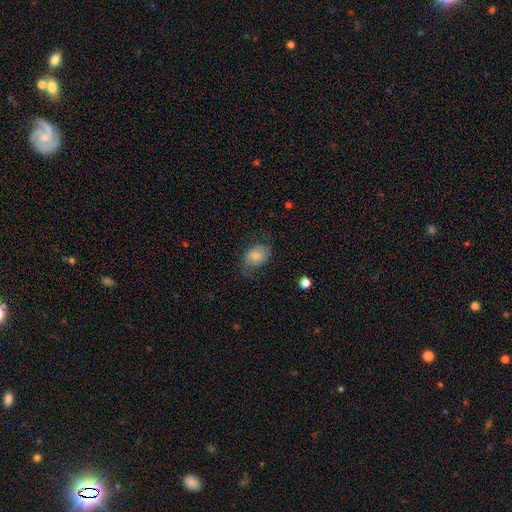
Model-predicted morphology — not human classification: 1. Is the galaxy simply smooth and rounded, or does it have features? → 67% smooth, 25% featured or disk, 8% star or artifact.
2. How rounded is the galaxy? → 68% in between, 31% round, 1% cigar-shaped.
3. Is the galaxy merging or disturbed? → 57% none, 28% minor disturbance, 14% major disturbance, 1% merger.